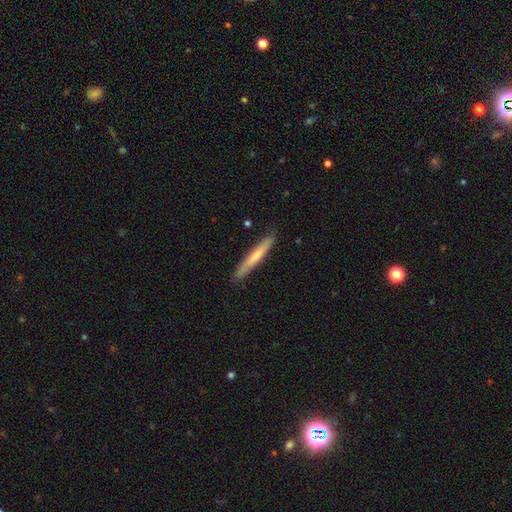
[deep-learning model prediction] Overall: smooth (61%; featured or disk 34%). How rounded: cigar-shaped (95%). Merging: none (88%).